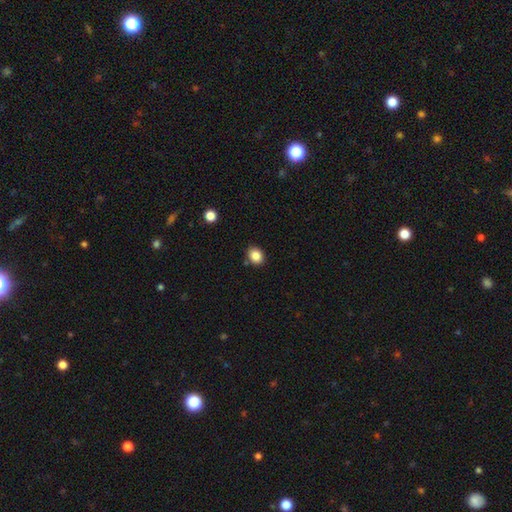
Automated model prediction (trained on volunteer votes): This appears to be a smooth galaxy with no disk features (86%) that is round (55%). Merging: none (84%).